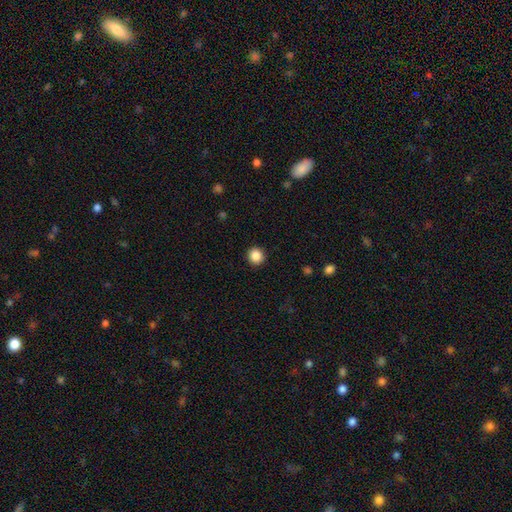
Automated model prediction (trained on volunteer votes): smooth 87%, star or artifact 10%, featured or disk 4%. Down the decision tree: how rounded — round (92%); merging — none (93%).